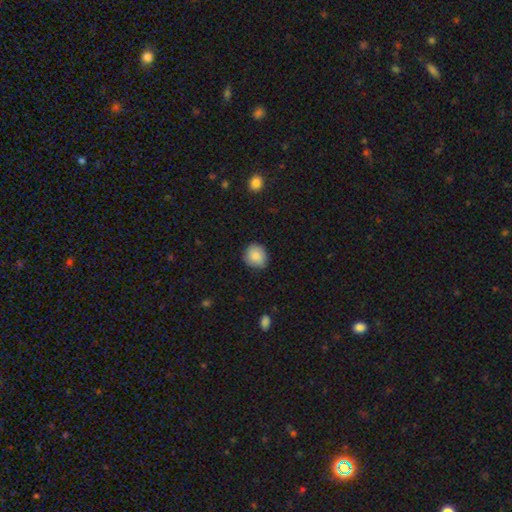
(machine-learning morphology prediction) smooth_or_featured: smooth (p=0.85) [alt: star or artifact p=0.07]
how_rounded: round (p=0.85) [alt: in between p=0.14]
merging: none (p=0.81) [alt: minor disturbance p=0.15]